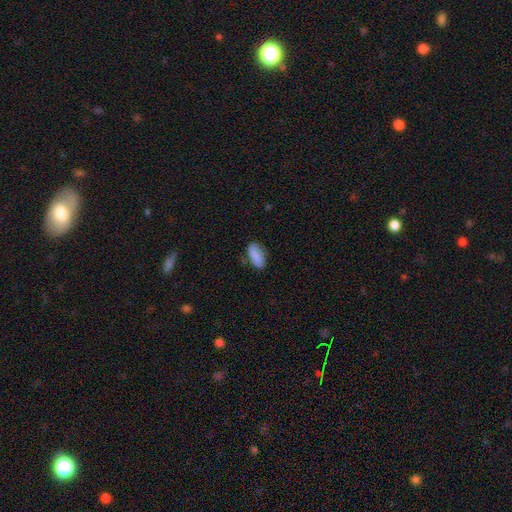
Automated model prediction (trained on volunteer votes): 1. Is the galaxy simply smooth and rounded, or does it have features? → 85% smooth, 8% featured or disk, 7% star or artifact.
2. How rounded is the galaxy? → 89% in between, 8% cigar-shaped, 3% round.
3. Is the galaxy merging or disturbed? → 74% none, 20% minor disturbance, 4% major disturbance, 2% merger.